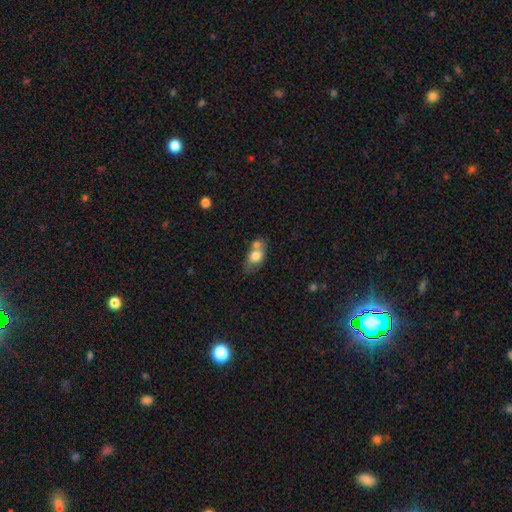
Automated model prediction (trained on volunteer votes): The model was most divided on "merging": merger: 44%, none: 35%, minor disturbance: 15%, major disturbance: 6%. More confident: how rounded — in between (79%); smooth or featured — smooth (73%).